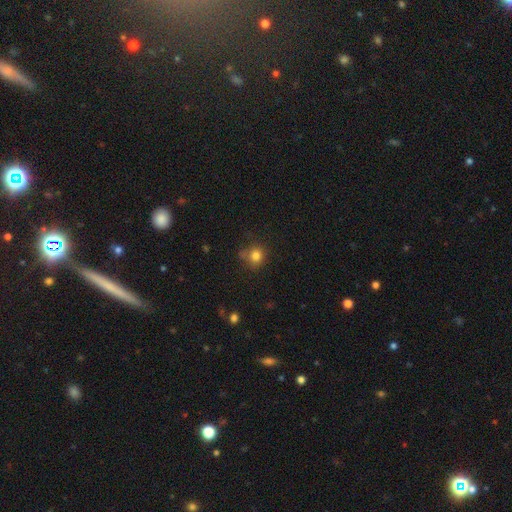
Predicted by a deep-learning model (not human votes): A smooth galaxy with no disk features (80%) that is round (83%).

Vote fractions:
- Smooth or featured? smooth: 80% / star or artifact: 13% / featured or disk: 7%
- How rounded? round: 83% / in between: 16% / cigar-shaped: 1%
- Merging? none: 66% / minor disturbance: 22% / major disturbance: 8% / merger: 5%